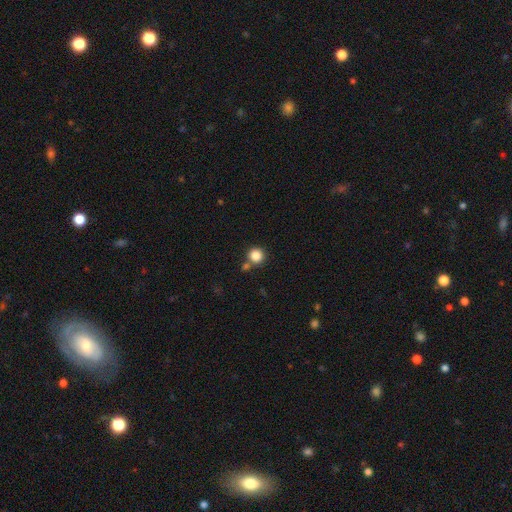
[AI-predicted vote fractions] This is clearly a smooth galaxy (85%). How rounded: clearly round (93%). Merging: likely none (74%).